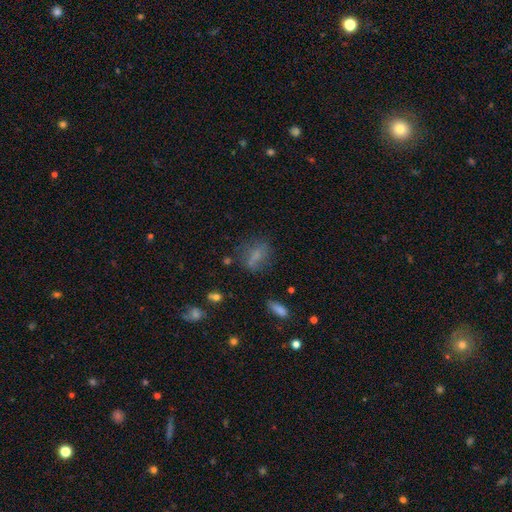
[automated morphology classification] Overall: smooth (61%; featured or disk 23%). How rounded: in between (59%; round 28%). Merging: none (61%).